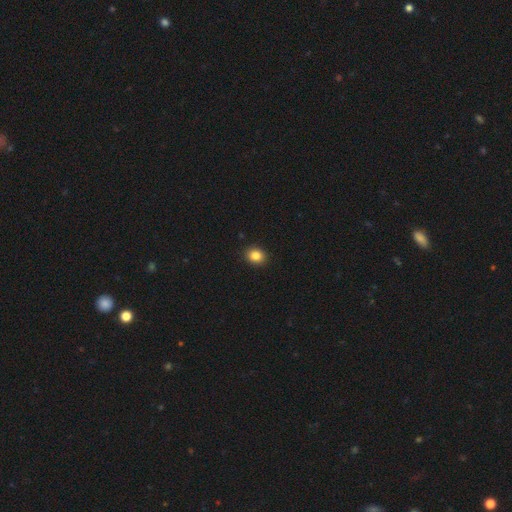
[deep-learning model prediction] A smooth galaxy with no disk features (84%) that is round (65%).

Vote fractions:
- Smooth or featured? smooth: 84% / star or artifact: 10% / featured or disk: 5%
- How rounded? round: 65% / in between: 35% / cigar-shaped: 1%
- Merging? none: 91% / minor disturbance: 6% / major disturbance: 2% / merger: 1%